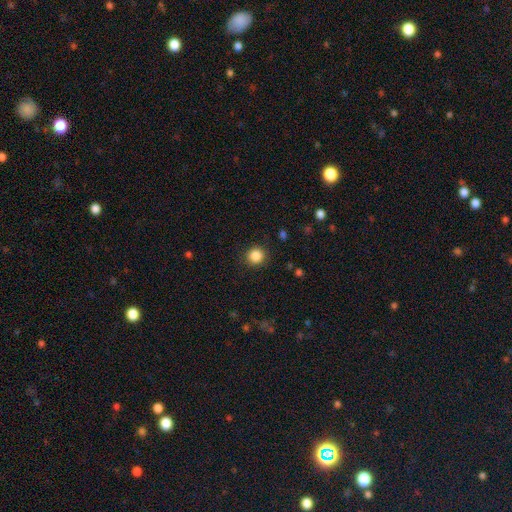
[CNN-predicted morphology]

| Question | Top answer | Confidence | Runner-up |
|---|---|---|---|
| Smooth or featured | smooth | 86% | star or artifact (11%) |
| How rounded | round | 93% | in between (6%) |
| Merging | none | 90% | minor disturbance (6%) |